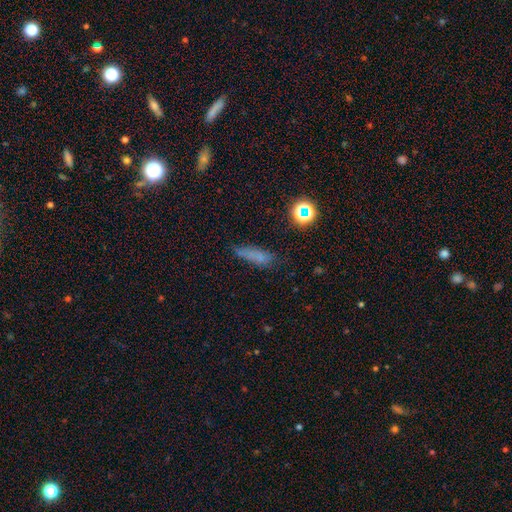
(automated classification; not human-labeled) Smooth or featured? smooth (63%)
How rounded? cigar-shaped (55%)
Merging? none (59%)